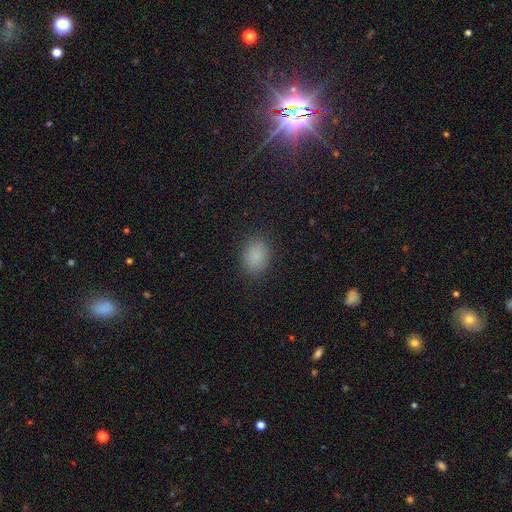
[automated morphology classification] A smooth galaxy with no disk features (86%) that is in between round and cigar-shaped (64%).

Vote fractions:
- Smooth or featured? smooth: 86% / star or artifact: 11% / featured or disk: 4%
- How rounded? in between: 64% / round: 34% / cigar-shaped: 1%
- Merging? none: 88% / minor disturbance: 9% / major disturbance: 3% / merger: 1%